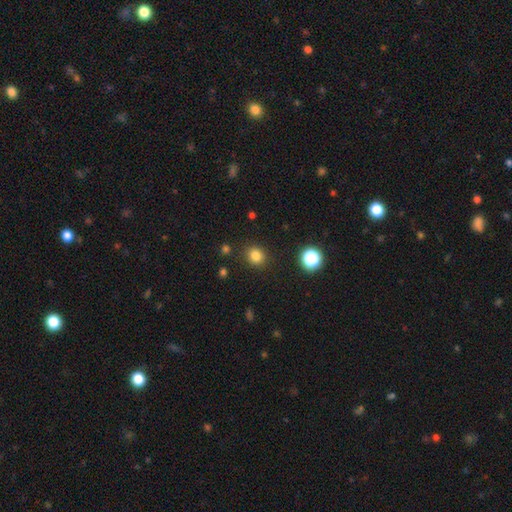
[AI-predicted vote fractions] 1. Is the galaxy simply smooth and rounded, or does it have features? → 81% smooth, 14% star or artifact, 5% featured or disk.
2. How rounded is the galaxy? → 79% round, 20% in between, 1% cigar-shaped.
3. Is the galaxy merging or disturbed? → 88% none, 7% minor disturbance, 3% major disturbance, 2% merger.